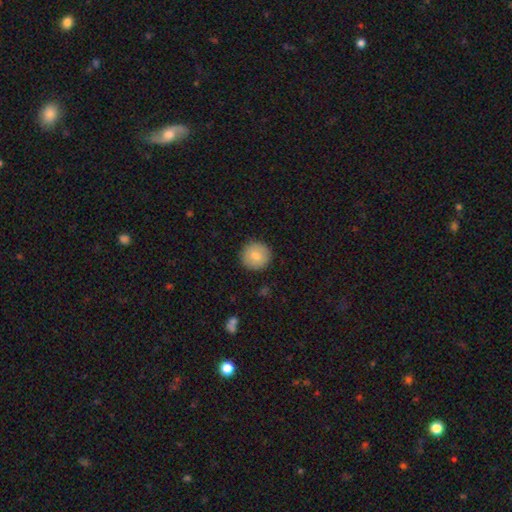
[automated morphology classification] A smooth galaxy with no disk features (79%) that is round (95%). Merging: none (91%).